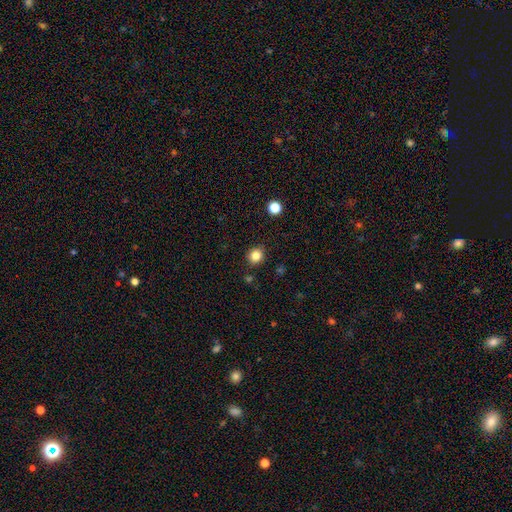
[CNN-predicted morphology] smooth 83%, star or artifact 12%, featured or disk 5%. Down the decision tree: how rounded — round (88%); merging — none (90%).